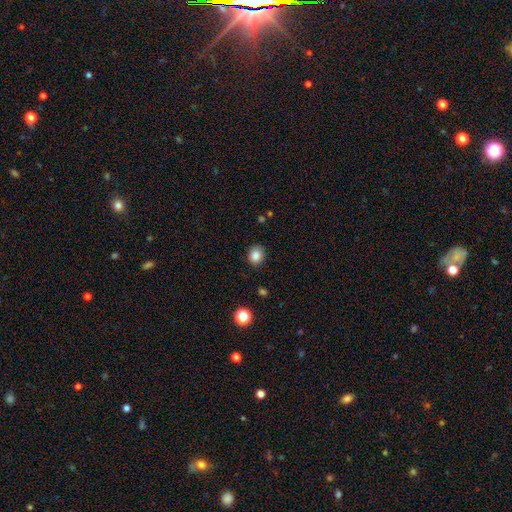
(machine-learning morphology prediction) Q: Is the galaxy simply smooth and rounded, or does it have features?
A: smooth — 85%.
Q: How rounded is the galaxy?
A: round — 72%.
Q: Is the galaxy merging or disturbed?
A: none — 87%.